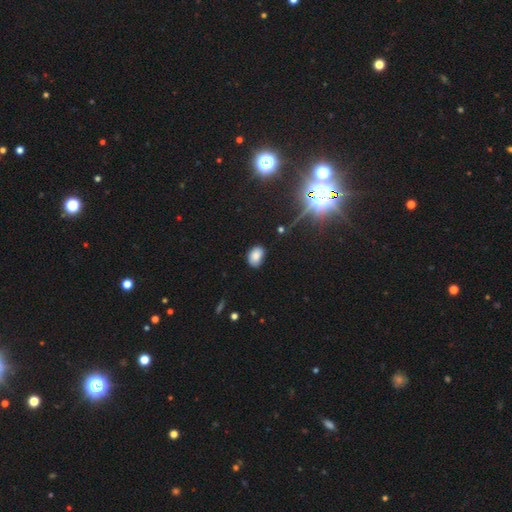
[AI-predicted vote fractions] A smooth galaxy with no disk features (80%) that is in between round and cigar-shaped (82%).

Vote fractions:
- Smooth or featured? smooth: 80% / star or artifact: 12% / featured or disk: 8%
- How rounded? in between: 82% / round: 17% / cigar-shaped: 1%
- Merging? none: 73% / minor disturbance: 21% / major disturbance: 4% / merger: 2%